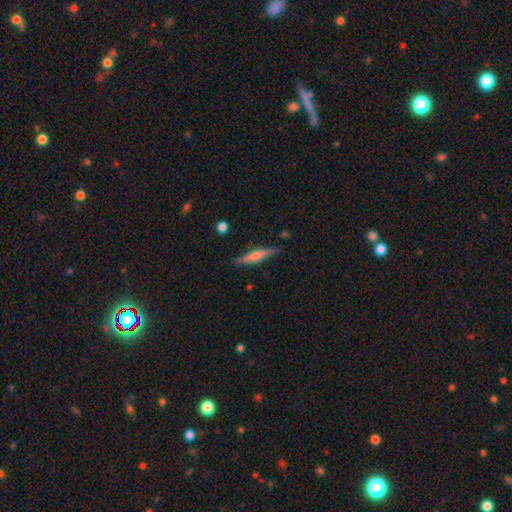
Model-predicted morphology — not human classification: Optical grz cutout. It shows a smooth galaxy with no disk features (54%) that is cigar-shaped (84%). Merging: none (77%).